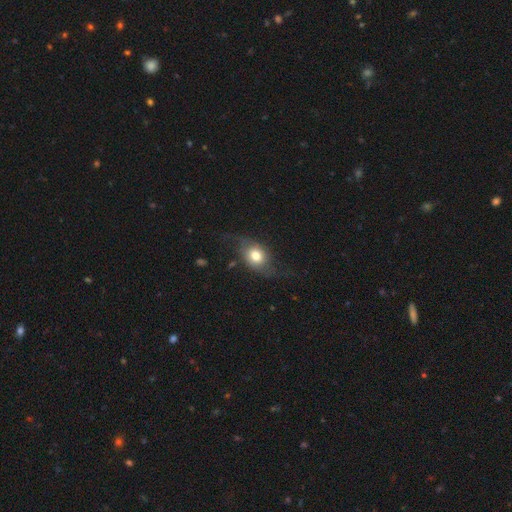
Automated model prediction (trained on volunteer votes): Smooth or featured? Predicted: smooth (p=0.62). How rounded? Predicted: round (p=0.49, tied with in between). Merging? Predicted: none (p=0.53).